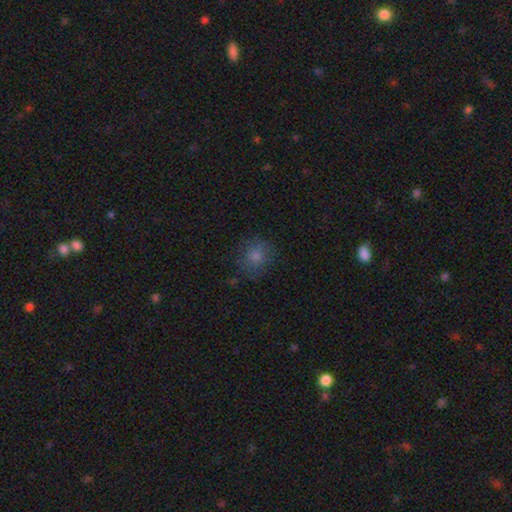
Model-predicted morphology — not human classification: A smooth galaxy with no disk features (70%) that is round (83%).

Vote fractions:
- Smooth or featured? smooth: 70% / star or artifact: 18% / featured or disk: 12%
- How rounded? round: 83% / in between: 16% / cigar-shaped: 1%
- Merging? none: 79% / minor disturbance: 14% / major disturbance: 5% / merger: 1%